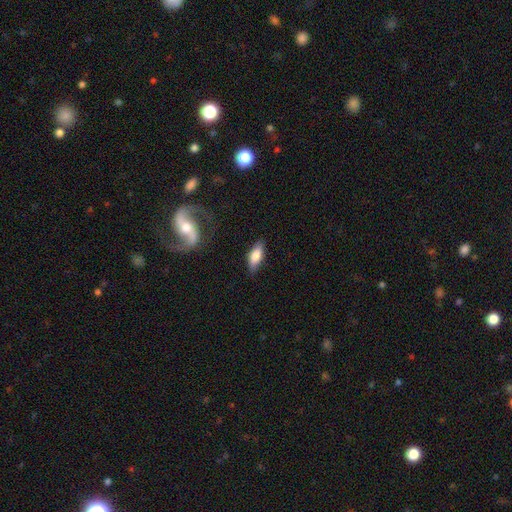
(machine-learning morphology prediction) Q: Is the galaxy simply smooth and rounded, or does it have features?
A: smooth — 75%.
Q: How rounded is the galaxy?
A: in between — 74%.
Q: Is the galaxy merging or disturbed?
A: none — 80%.